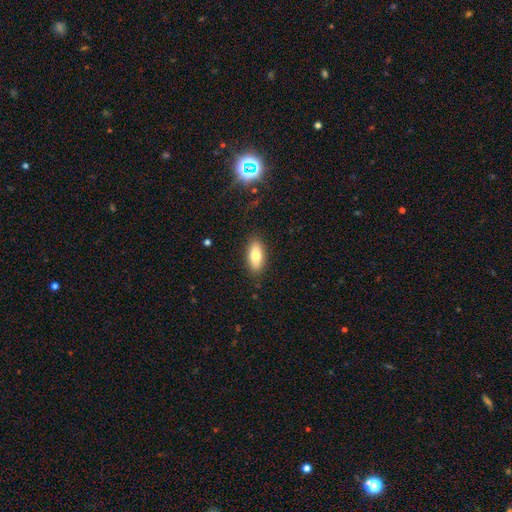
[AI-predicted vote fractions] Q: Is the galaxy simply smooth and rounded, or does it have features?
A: smooth — 77%.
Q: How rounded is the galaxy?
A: in between — 84%.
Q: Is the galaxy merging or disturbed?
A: none — 86%.